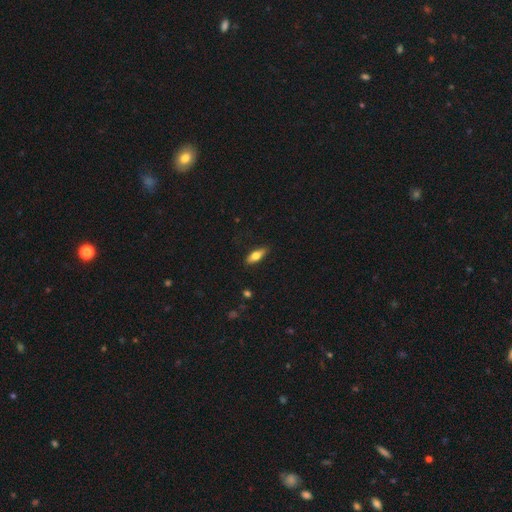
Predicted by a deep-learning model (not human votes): smooth_or_featured: smooth (p=0.67) [alt: featured or disk p=0.27]
how_rounded: in between (p=0.66) [alt: cigar-shaped p=0.31]
merging: none (p=0.84) [alt: minor disturbance p=0.12]